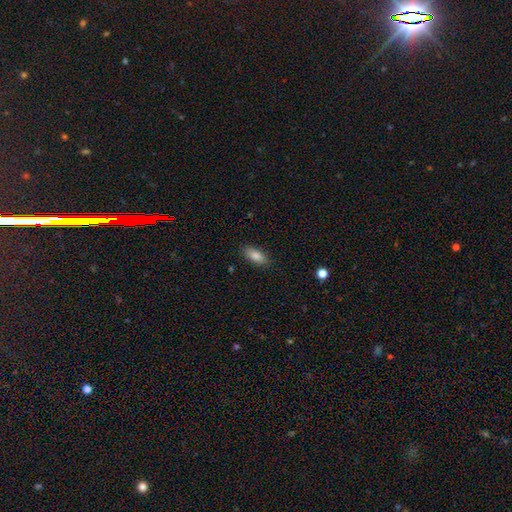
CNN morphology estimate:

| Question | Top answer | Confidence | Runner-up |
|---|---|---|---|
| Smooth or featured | smooth | 83% | featured or disk (9%) |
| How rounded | in between | 80% | cigar-shaped (17%) |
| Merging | none | 87% | minor disturbance (10%) |